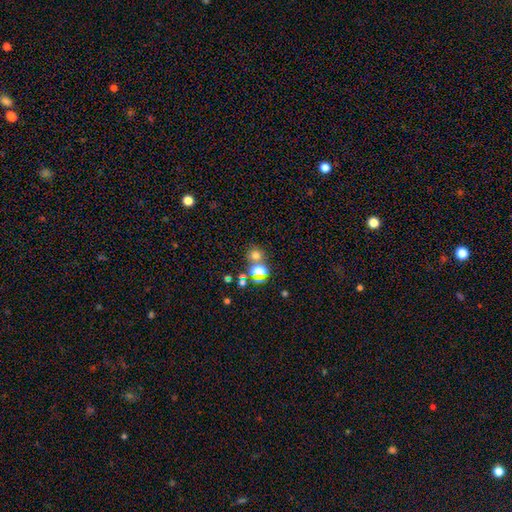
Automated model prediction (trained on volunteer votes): Morphology: type=smooth (65%); roundness=round (83%); merging=none (62%).